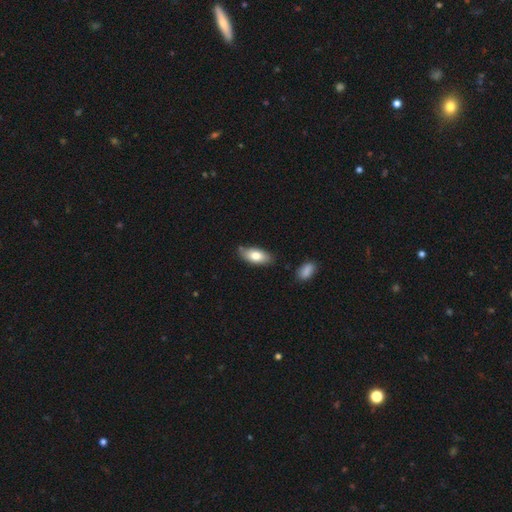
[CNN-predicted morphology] type=smooth (77%); roundness=in between (89%); merging=none (76%).